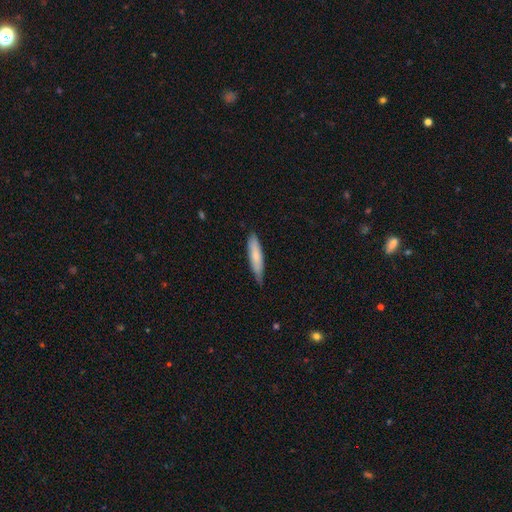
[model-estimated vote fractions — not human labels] smooth 74%, featured or disk 20%, star or artifact 5%. Down the decision tree: how rounded — cigar-shaped (82%); merging — none (75%).